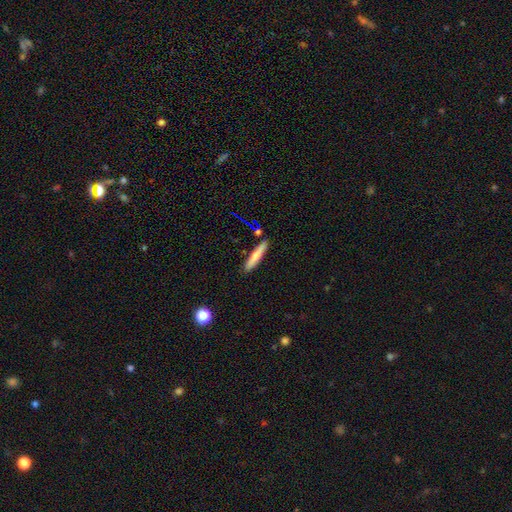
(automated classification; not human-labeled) Q: Smooth or featured?
A: smooth (69%); runner-up: featured or disk (23%)
Q: How rounded?
A: cigar-shaped (91%); runner-up: in between (8%)
Q: Merging?
A: none (84%); runner-up: minor disturbance (10%)